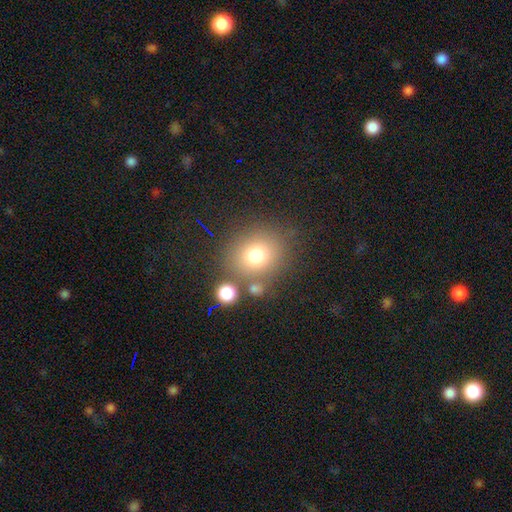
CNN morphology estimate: A smooth galaxy with no disk features (75%) that is round (76%).

Vote fractions:
- Smooth or featured? smooth: 75% / star or artifact: 14% / featured or disk: 11%
- How rounded? round: 76% / in between: 23% / cigar-shaped: 1%
- Merging? none: 71% / merger: 12% / minor disturbance: 12% / major disturbance: 6%